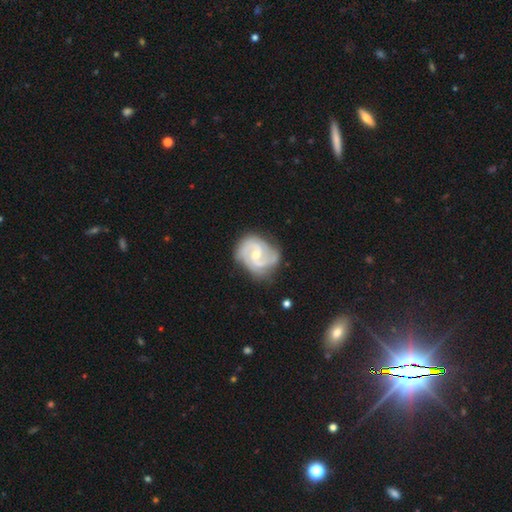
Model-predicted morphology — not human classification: Smooth or featured: featured or disk — 89% (smooth — 7%)
Edge-on disk: no — 98% (yes — 2%)
Bar: weak — 47% (no — 42%)
Spiral arms: yes — 97% (no — 3%)
Spiral winding: medium — 47% (tight — 42%)
Spiral arm count: 2 — 68% (3 — 17%)
Bulge size: small — 50% (moderate — 47%)
Merging: none — 69% (minor disturbance — 22%)